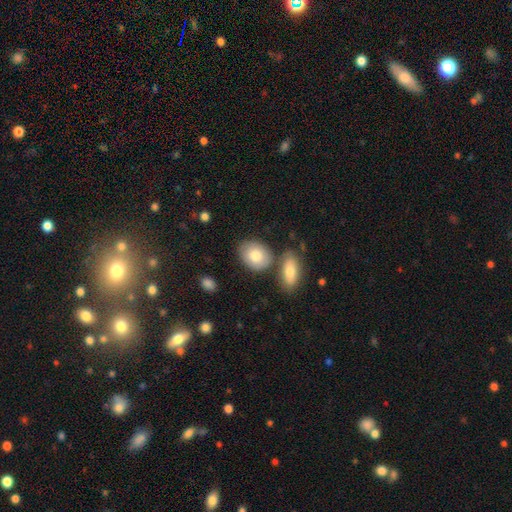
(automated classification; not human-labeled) Smooth or featured? Predicted: smooth (p=0.78). How rounded? Predicted: in between (p=0.67). Merging? Predicted: none (p=0.65).